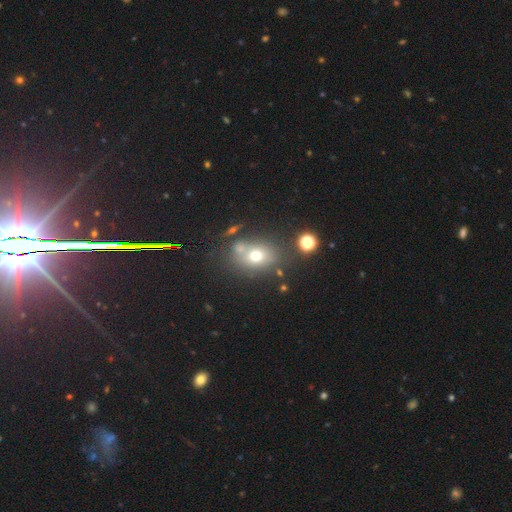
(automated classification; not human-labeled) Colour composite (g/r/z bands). It shows a smooth galaxy with no disk features (65%) that is in between round and cigar-shaped (51%). Merging: none (63%).